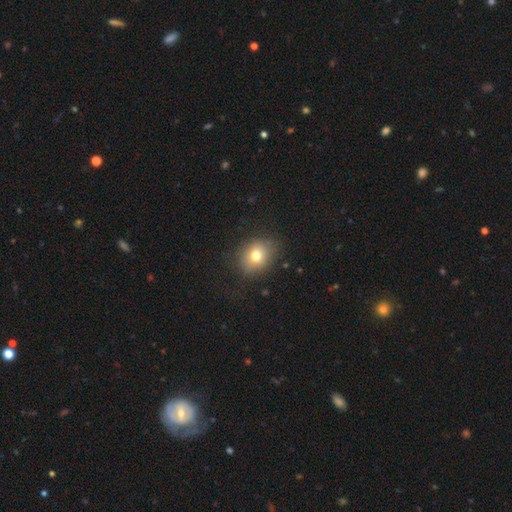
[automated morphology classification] smooth_or_featured: smooth (p=0.75) [alt: featured or disk p=0.13]
how_rounded: round (p=0.58) [alt: in between p=0.41]
merging: none (p=0.81) [alt: minor disturbance p=0.13]